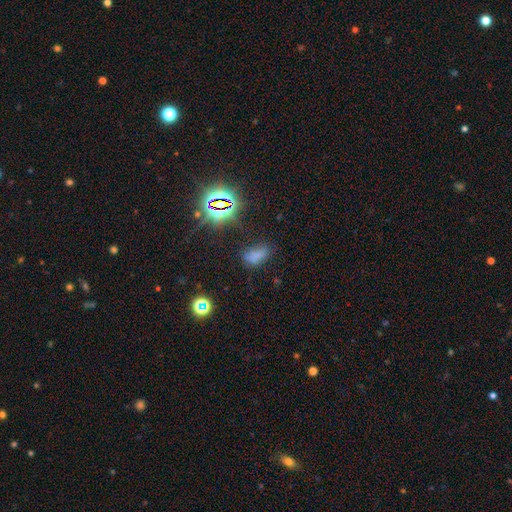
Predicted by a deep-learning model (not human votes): This is likely a smooth galaxy (61%). How rounded: clearly in between (87%). Merging: likely none (63%).